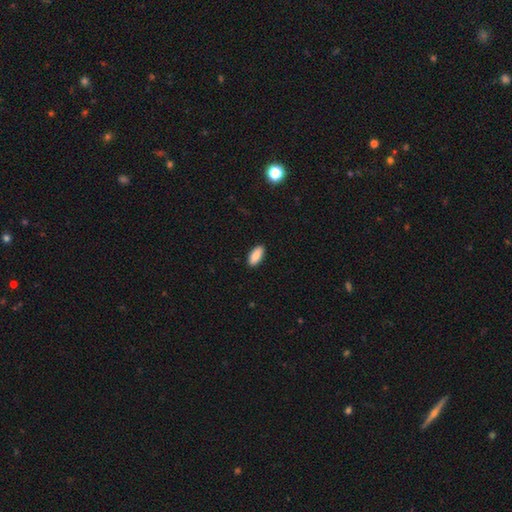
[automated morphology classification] This is clearly a smooth galaxy (89%). How rounded: clearly in between (88%). Merging: clearly none (90%).